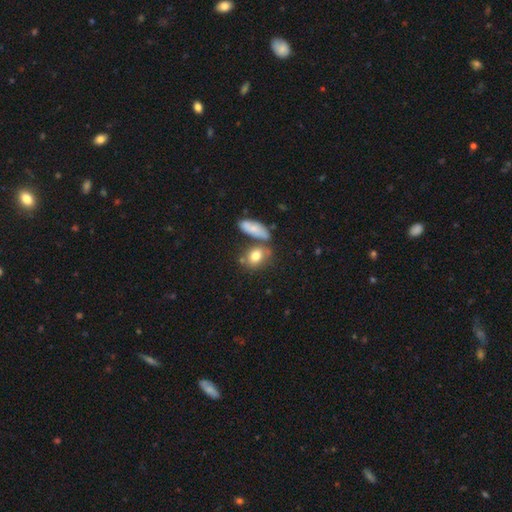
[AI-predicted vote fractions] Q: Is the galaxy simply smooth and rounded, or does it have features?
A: smooth — 76%.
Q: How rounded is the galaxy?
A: in between — 63%.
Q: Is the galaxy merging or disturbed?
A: none — 54%.